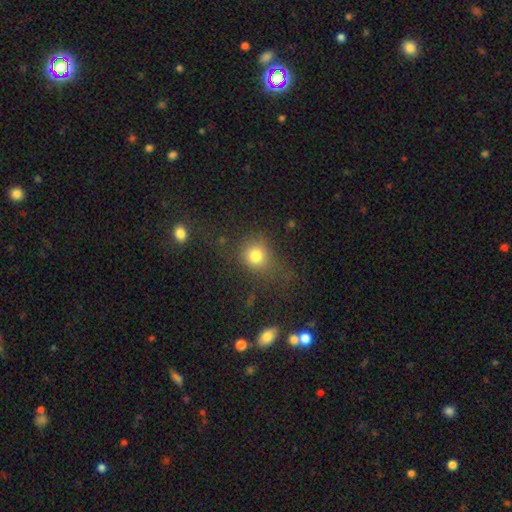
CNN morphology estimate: Q: Smooth or featured?
A: smooth (77%); runner-up: star or artifact (14%)
Q: How rounded?
A: round (77%); runner-up: in between (21%)
Q: Merging?
A: none (59%); runner-up: minor disturbance (18%)